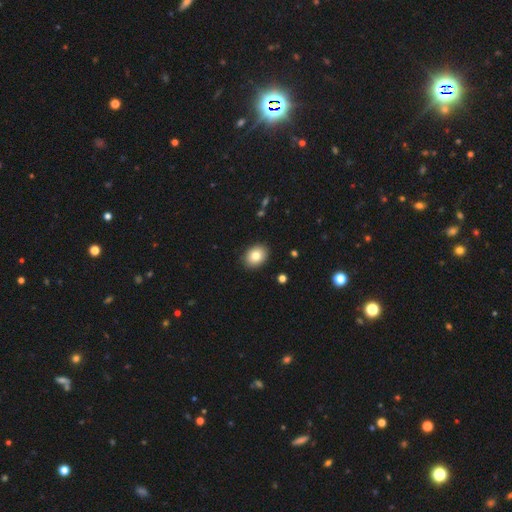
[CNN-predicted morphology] Smooth or featured? Predicted: smooth (p=0.82). How rounded? Predicted: in between (p=0.64). Merging? Predicted: none (p=0.90).